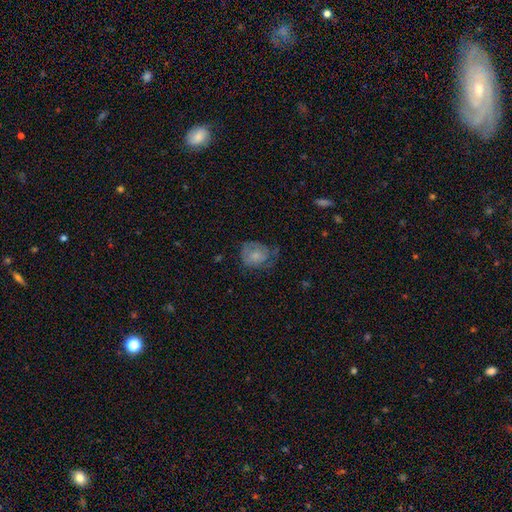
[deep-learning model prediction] smooth_or_featured: smooth (p=0.60) [alt: featured or disk p=0.31]
how_rounded: round (p=0.62) [alt: in between p=0.37]
merging: none (p=0.44) [alt: minor disturbance p=0.31]